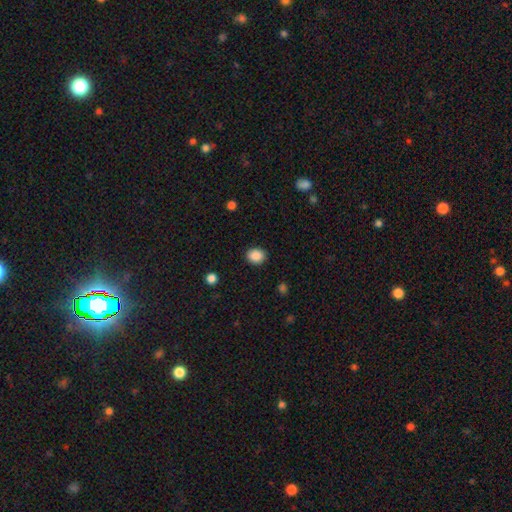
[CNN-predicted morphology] smooth 88%, star or artifact 9%, featured or disk 3%. Down the decision tree: how rounded — round (56%); merging — none (89%).